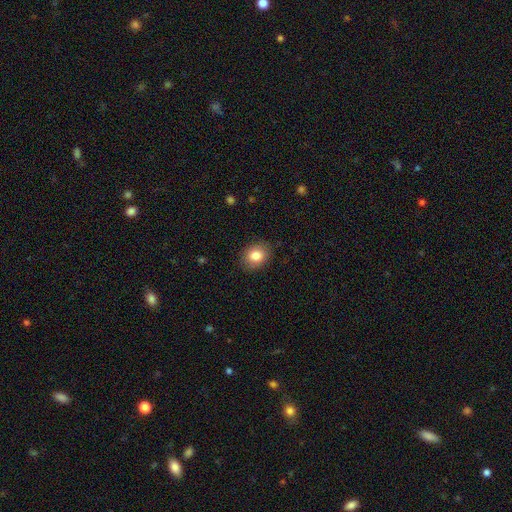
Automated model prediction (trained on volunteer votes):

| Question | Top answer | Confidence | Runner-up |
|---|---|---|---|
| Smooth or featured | smooth | 83% | featured or disk (8%) |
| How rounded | in between | 61% | round (38%) |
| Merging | none | 86% | minor disturbance (11%) |